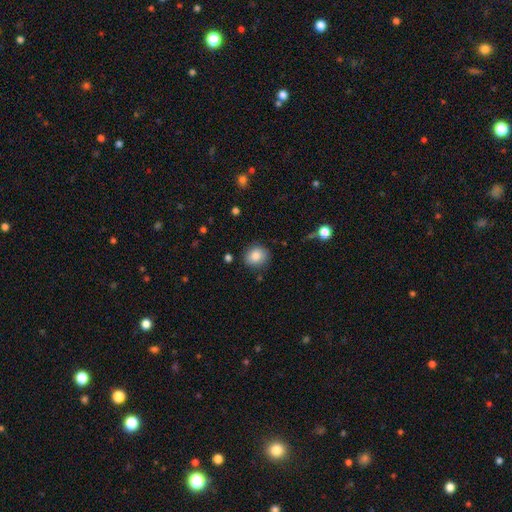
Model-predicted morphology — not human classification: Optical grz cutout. It shows a smooth galaxy with no disk features (84%) that is round (78%). Merging: none (85%).